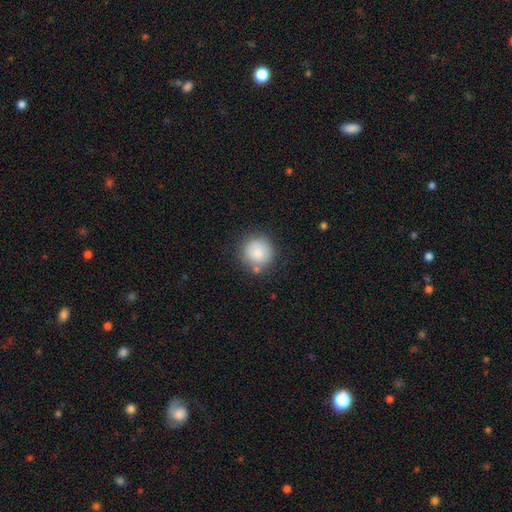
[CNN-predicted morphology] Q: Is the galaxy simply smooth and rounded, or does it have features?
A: smooth — 84%.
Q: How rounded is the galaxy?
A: round — 93%.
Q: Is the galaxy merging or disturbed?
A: none — 78%.